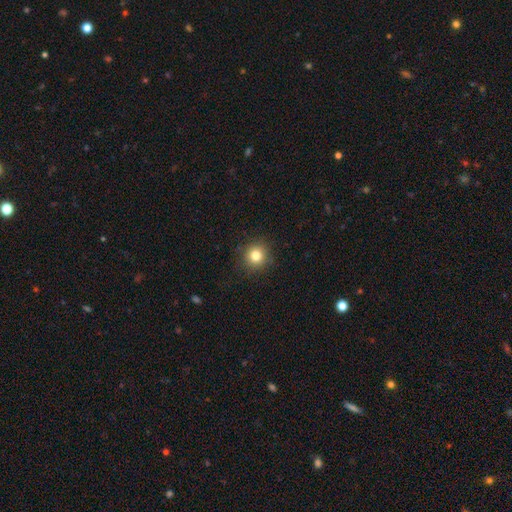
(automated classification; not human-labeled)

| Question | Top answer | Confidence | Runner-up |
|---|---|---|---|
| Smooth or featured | smooth | 82% | star or artifact (12%) |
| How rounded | round | 91% | in between (8%) |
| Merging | none | 89% | minor disturbance (7%) |